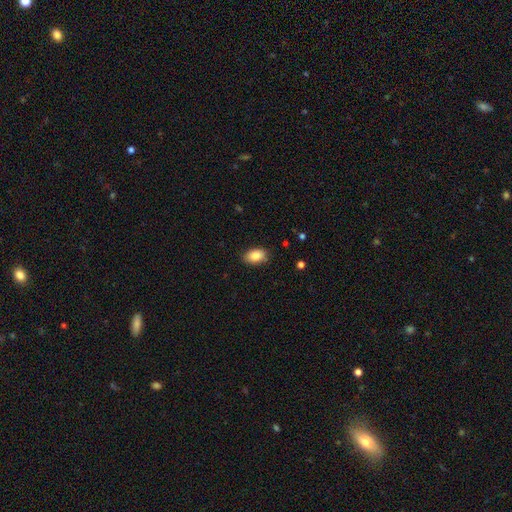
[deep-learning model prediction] Morphology: type=smooth (87%); roundness=in between (91%); merging=none (85%).